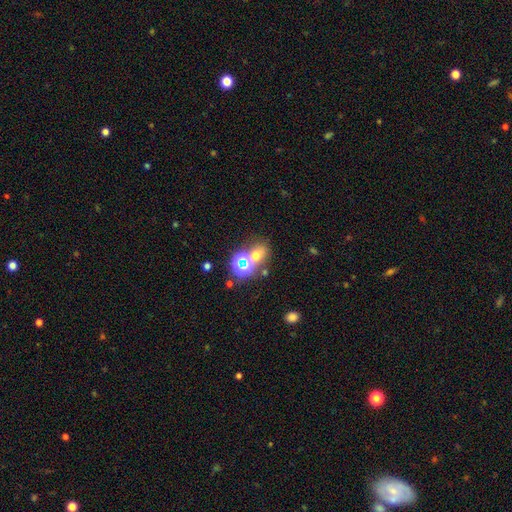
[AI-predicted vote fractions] A smooth galaxy with no disk features (53%) that is round (57%). Merging: none (56%).